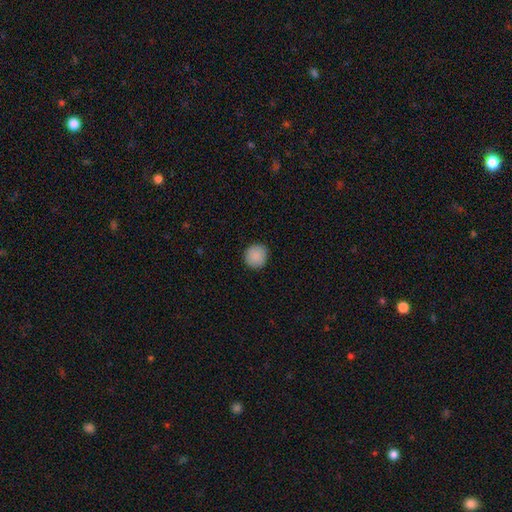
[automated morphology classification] smooth-or-featured: smooth: 89% | star or artifact: 7% | featured or disk: 3%
  how-rounded: round: 92% | in between: 7% | cigar-shaped: 1%
  merging: none: 90% | minor disturbance: 8% | major disturbance: 2% | merger: 1%